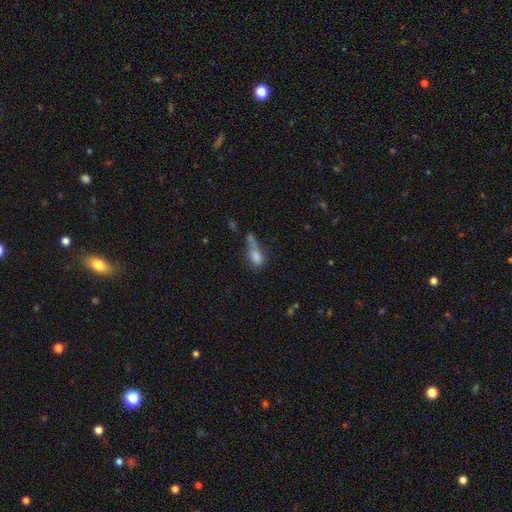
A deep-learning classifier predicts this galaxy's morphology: type=smooth (67%); roundness=in between (65%); merging=merger (29%).